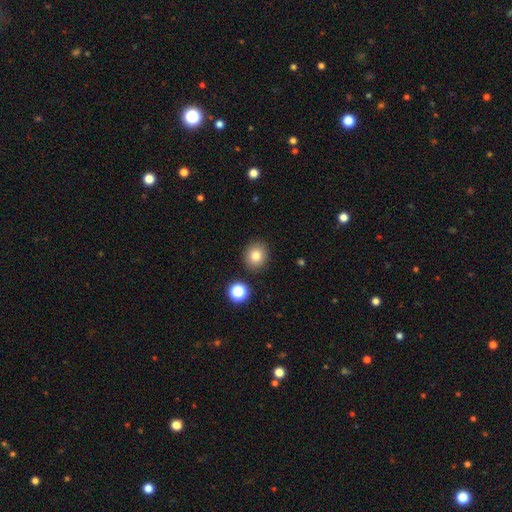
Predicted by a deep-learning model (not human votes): Smooth or featured? Predicted: smooth (p=0.82). How rounded? Predicted: round (p=0.80). Merging? Predicted: none (p=0.88).